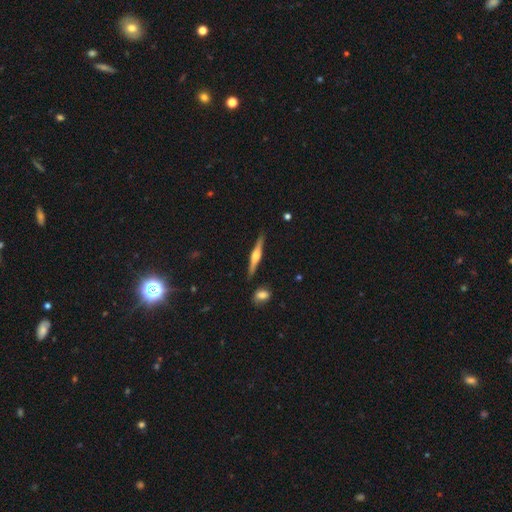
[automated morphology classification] Smooth or featured: featured or disk — 73% (smooth — 21%)
Edge-on disk: yes — 98% (no — 2%)
Edge-on bulge: rounded — 89% (boxy — 8%)
Merging: none — 89% (minor disturbance — 7%)